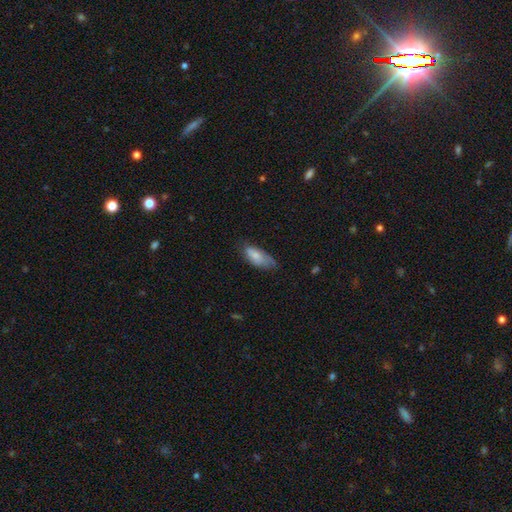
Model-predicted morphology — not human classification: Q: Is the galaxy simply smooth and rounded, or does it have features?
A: smooth — 73%.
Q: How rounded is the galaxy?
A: in between — 84%.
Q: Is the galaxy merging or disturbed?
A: none — 50%.